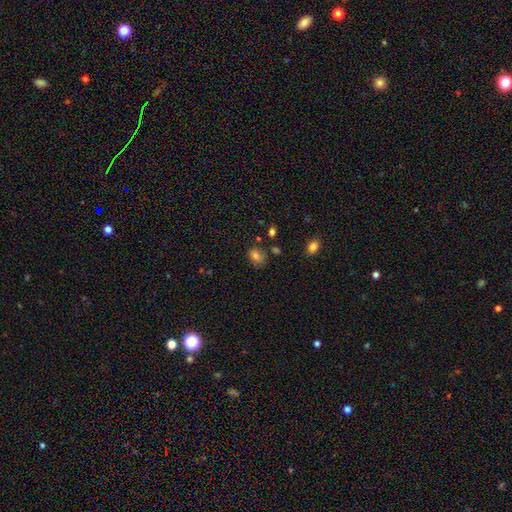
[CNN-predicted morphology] Smooth or featured: smooth — 75% (star or artifact — 13%)
How rounded: in between — 58% (round — 41%)
Merging: none — 64% (minor disturbance — 22%)